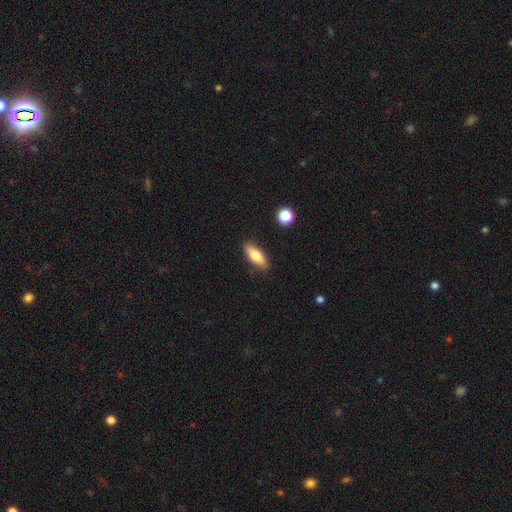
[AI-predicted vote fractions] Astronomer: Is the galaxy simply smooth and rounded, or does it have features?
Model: smooth — 77%.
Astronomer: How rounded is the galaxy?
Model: in between — 69%.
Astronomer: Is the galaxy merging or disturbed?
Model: none — 86%.